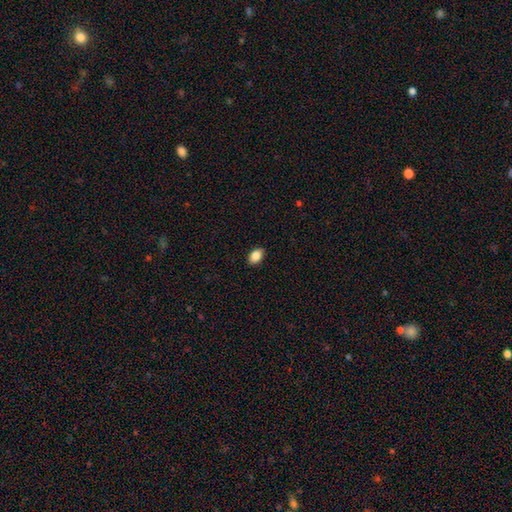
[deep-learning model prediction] A smooth galaxy with no disk features (86%) that is in between round and cigar-shaped (83%).

Vote fractions:
- Smooth or featured? smooth: 86% / star or artifact: 8% / featured or disk: 5%
- How rounded? in between: 83% / round: 16% / cigar-shaped: 1%
- Merging? none: 88% / minor disturbance: 10% / major disturbance: 2% / merger: 1%